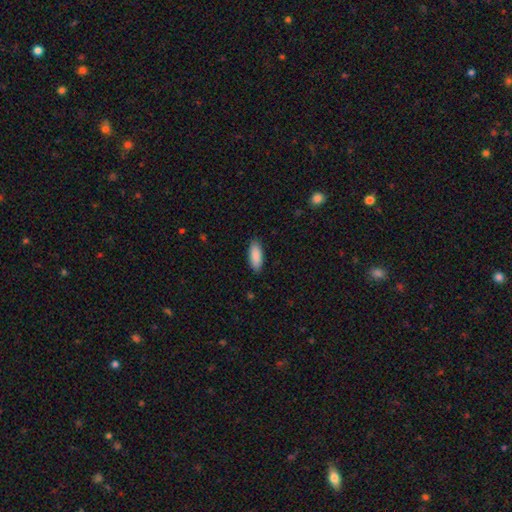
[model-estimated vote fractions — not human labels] smooth_or_featured: smooth (p=0.90) [alt: star or artifact p=0.06]
how_rounded: in between (p=0.78) [alt: cigar-shaped p=0.21]
merging: none (p=0.88) [alt: minor disturbance p=0.09]